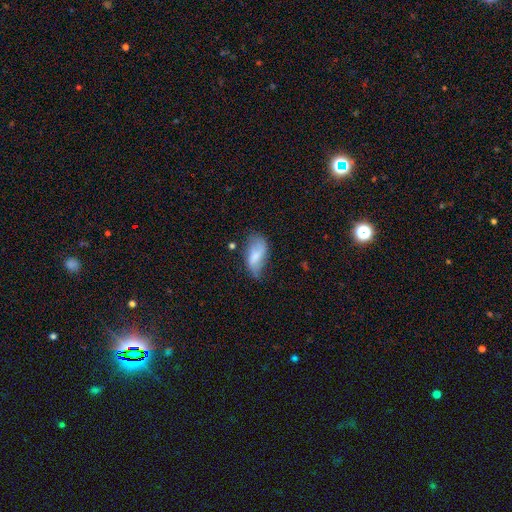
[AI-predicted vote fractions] A smooth galaxy with no disk features (57%) that is in between round and cigar-shaped (90%).

Vote fractions:
- Smooth or featured? smooth: 57% / featured or disk: 36% / star or artifact: 8%
- How rounded? in between: 90% / cigar-shaped: 7% / round: 4%
- Merging? none: 48% / minor disturbance: 35% / major disturbance: 13% / merger: 4%